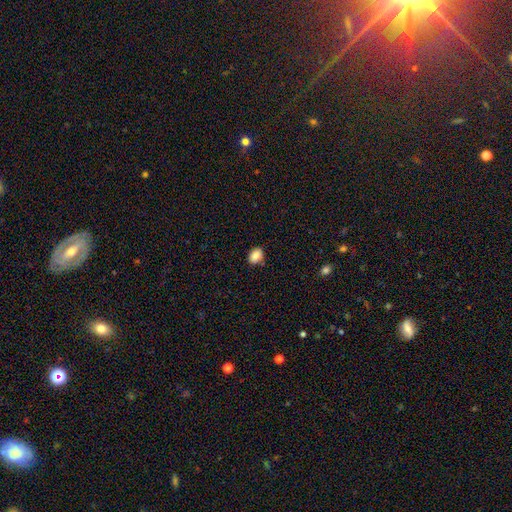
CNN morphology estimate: Smooth or featured? smooth (86%)
How rounded? in between (71%)
Merging? none (83%)